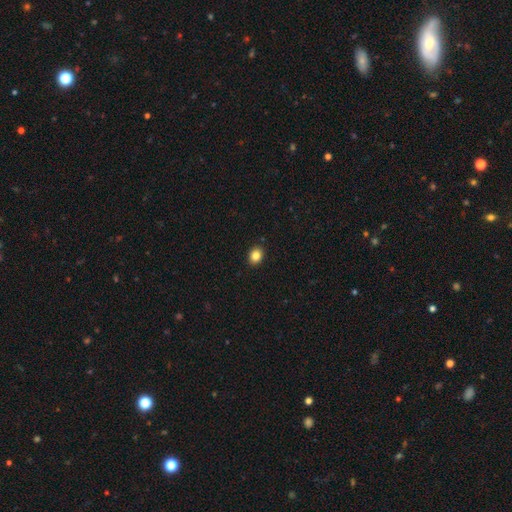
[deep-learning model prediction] The model was most divided on "how rounded": in between: 50%, round: 49%, cigar-shaped: 1%. More confident: merging — none (91%); smooth or featured — smooth (84%).